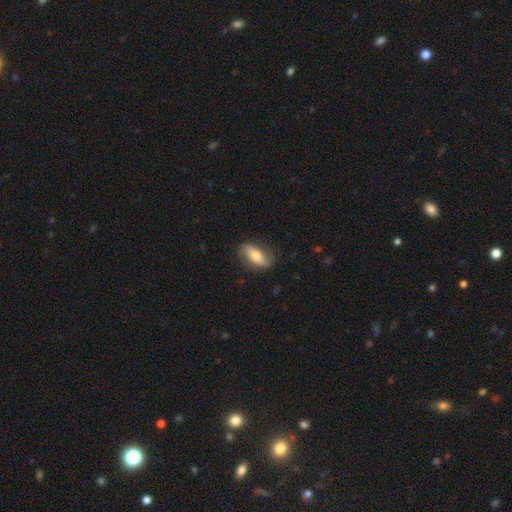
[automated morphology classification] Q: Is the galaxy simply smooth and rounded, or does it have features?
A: smooth — 59%.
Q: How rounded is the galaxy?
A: in between — 73%.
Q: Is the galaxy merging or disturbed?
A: none — 80%.